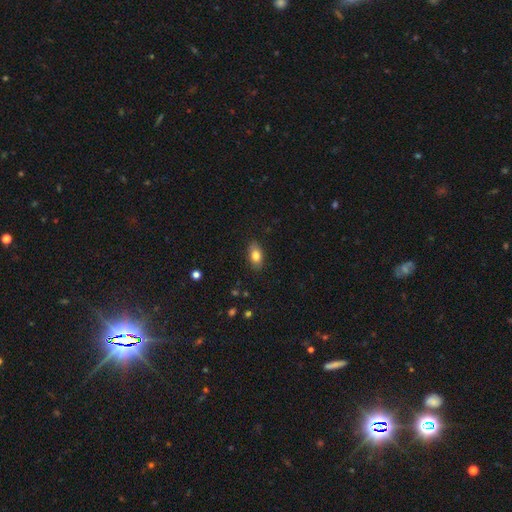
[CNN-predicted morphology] smooth_or_featured: smooth (p=0.82) [alt: featured or disk p=0.10]
how_rounded: in between (p=0.88) [alt: round p=0.09]
merging: none (p=0.86) [alt: minor disturbance p=0.11]